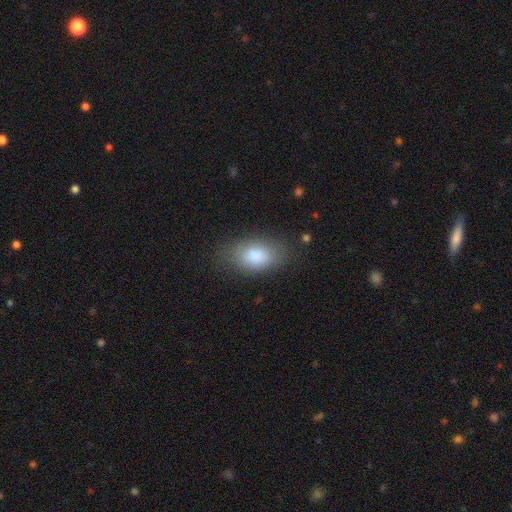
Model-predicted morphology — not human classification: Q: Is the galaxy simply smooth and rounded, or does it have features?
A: smooth — 84%.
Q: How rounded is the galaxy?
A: in between — 90%.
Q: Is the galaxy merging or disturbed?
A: none — 75%.